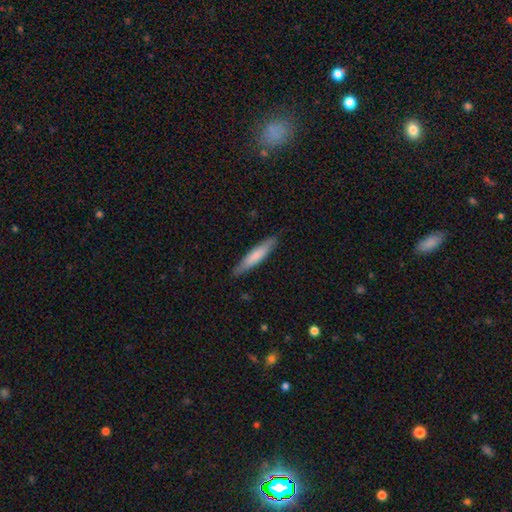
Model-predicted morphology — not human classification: type=smooth (71%); roundness=cigar-shaped (88%); merging=none (86%).